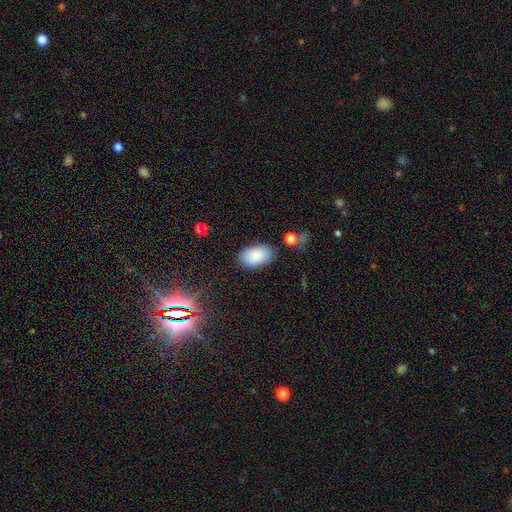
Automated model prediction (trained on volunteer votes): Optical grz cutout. It shows a smooth galaxy with no disk features (87%) that is in between round and cigar-shaped (93%). Merging: none (83%).